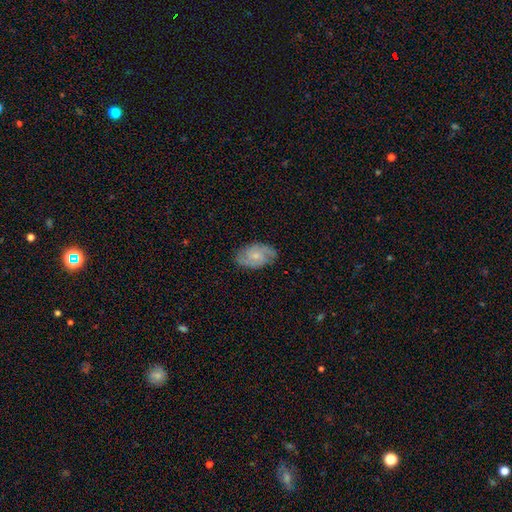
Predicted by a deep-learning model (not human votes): This appears to be a featured or disk galaxy (68%) with no bar (61%), 2 (61%) medium (47%) spiral arms (92%) and a small central bulge (62%). Merging: none (78%).